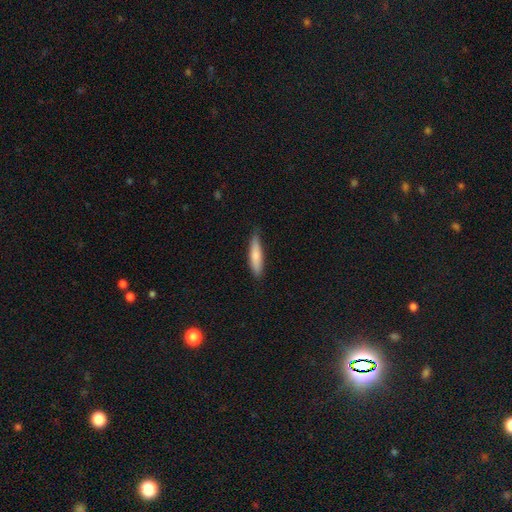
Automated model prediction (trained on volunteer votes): smooth-or-featured: smooth: 76% | featured or disk: 19% | star or artifact: 5%
  how-rounded: cigar-shaped: 80% | in between: 19% | round: 1%
  merging: none: 81% | minor disturbance: 15% | major disturbance: 2% | merger: 1%